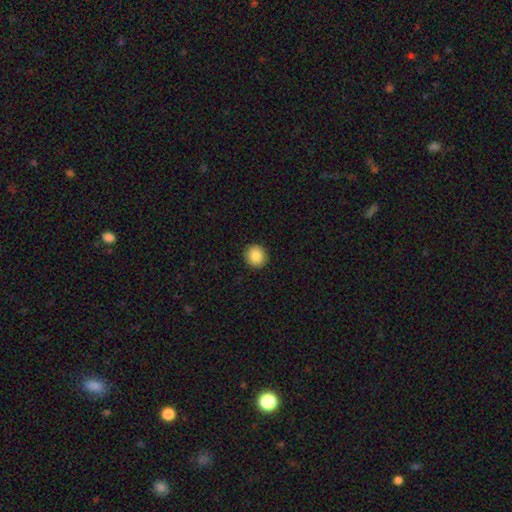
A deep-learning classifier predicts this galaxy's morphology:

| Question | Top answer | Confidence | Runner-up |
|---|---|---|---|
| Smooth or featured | smooth | 86% | star or artifact (8%) |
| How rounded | round | 88% | in between (11%) |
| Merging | none | 92% | minor disturbance (6%) |